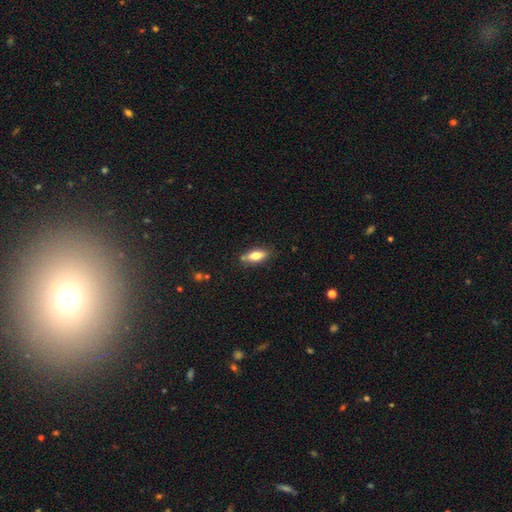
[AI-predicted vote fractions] This appears to be a smooth galaxy with no disk features (69%) that is in between round and cigar-shaped (70%). Merging: none (77%).